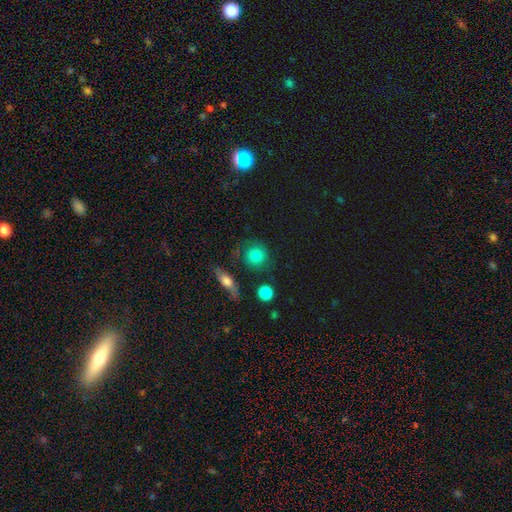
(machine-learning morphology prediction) A smooth galaxy with no disk features (74%) that is round (86%). Merging: none (74%).